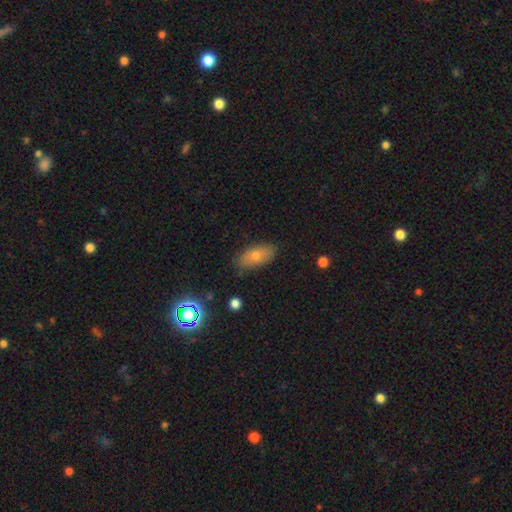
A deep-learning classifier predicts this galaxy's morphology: Smooth or featured: smooth — 67% (featured or disk — 21%)
How rounded: in between — 86% (cigar-shaped — 9%)
Merging: none — 82% (minor disturbance — 14%)